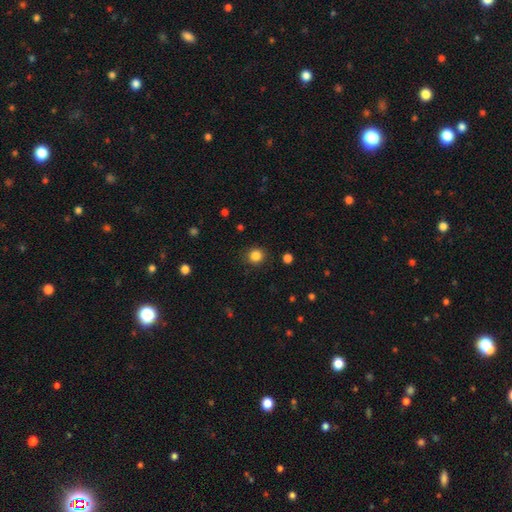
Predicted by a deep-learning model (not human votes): Smooth or featured?
  - smooth: 85% *
  - star or artifact: 12%
  - featured or disk: 4%
How rounded?
  - round: 90% *
  - in between: 9%
  - cigar-shaped: 1%
Merging?
  - none: 89% *
  - minor disturbance: 8%
  - major disturbance: 3%
  - merger: 1%